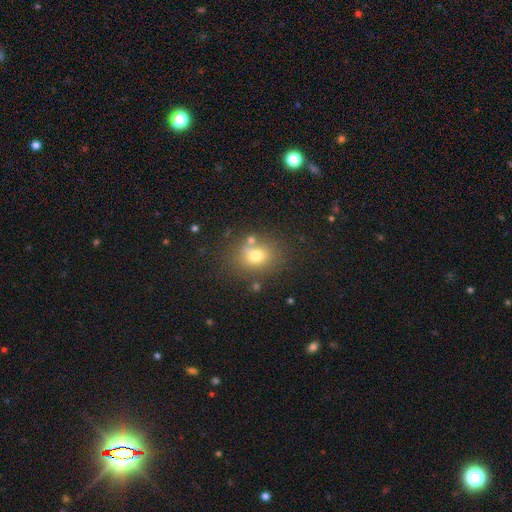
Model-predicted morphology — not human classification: smooth_or_featured: smooth (p=0.71) [alt: star or artifact p=0.15]
how_rounded: round (p=0.59) [alt: in between p=0.40]
merging: none (p=0.69) [alt: minor disturbance p=0.14]